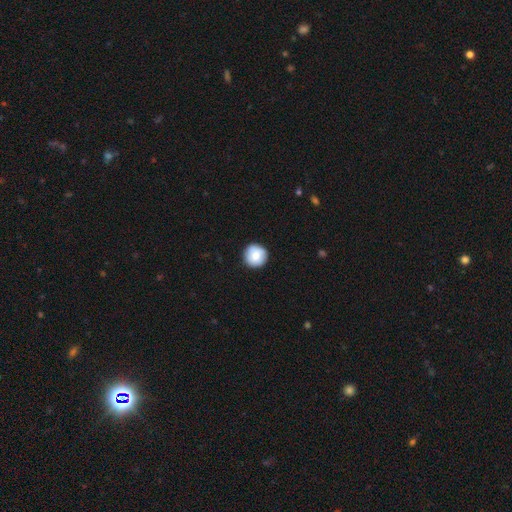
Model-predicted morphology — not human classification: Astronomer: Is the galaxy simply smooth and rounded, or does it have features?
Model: smooth — 78%.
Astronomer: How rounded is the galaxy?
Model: round — 95%.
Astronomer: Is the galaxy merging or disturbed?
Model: none — 88%.